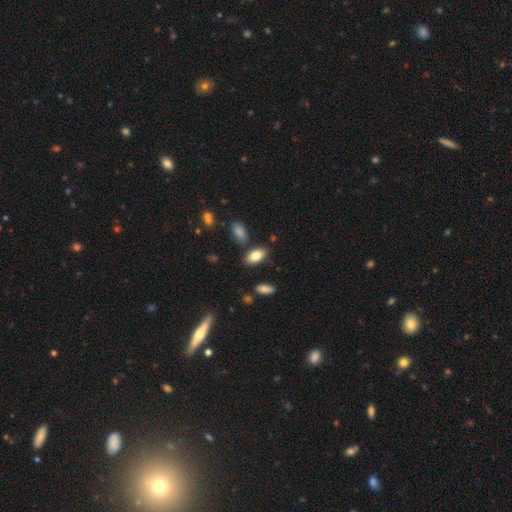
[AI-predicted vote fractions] Smooth or featured: smooth — 82% (featured or disk — 11%)
How rounded: in between — 93% (cigar-shaped — 4%)
Merging: none — 82% (minor disturbance — 11%)